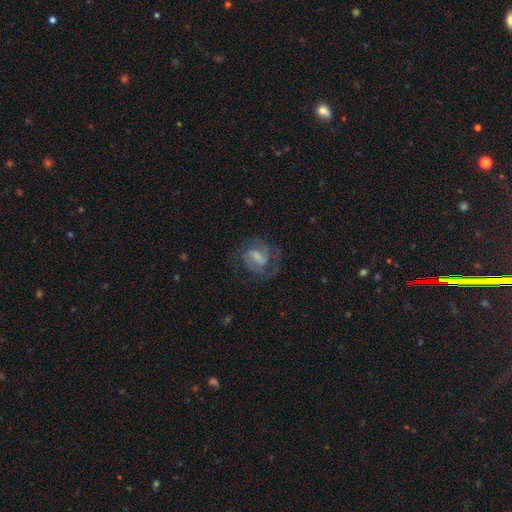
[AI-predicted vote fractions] Smooth or featured? Predicted: featured or disk (p=0.77). Edge-on disk? Predicted: no (p=0.97). Bar? Predicted: weak (p=0.50). Spiral arms? Predicted: yes (p=0.94). Spiral winding? Predicted: medium (p=0.49). Spiral arm count? Predicted: 2 (p=0.74). Bulge size? Predicted: small (p=0.40). Merging? Predicted: none (p=0.71).